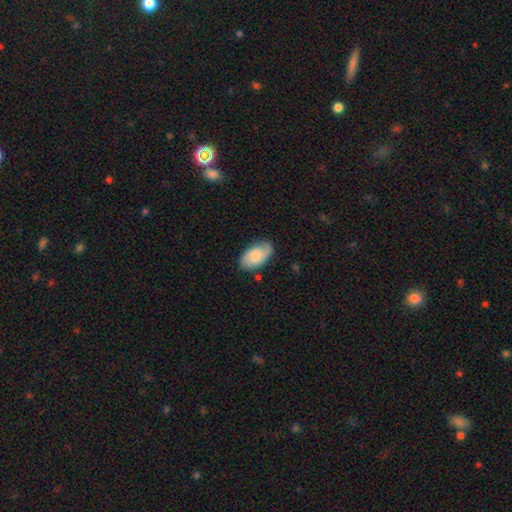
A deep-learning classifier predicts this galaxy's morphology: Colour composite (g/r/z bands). It shows a smooth galaxy with no disk features (53%) that is in between round and cigar-shaped (94%). Merging: none (71%).